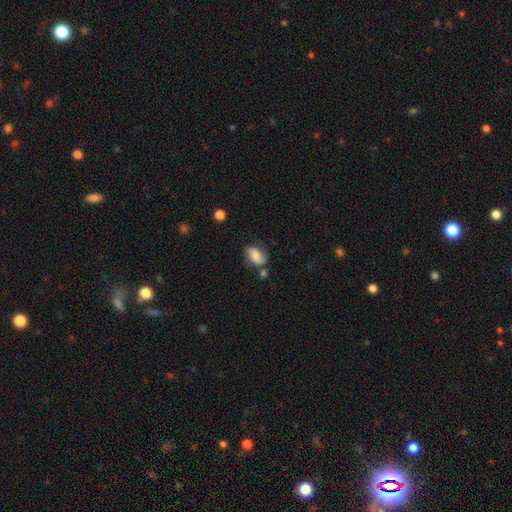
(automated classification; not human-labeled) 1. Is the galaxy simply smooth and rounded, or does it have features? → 58% smooth, 33% featured or disk, 9% star or artifact.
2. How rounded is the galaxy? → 85% in between, 13% round, 2% cigar-shaped.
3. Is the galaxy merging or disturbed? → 52% none, 26% minor disturbance, 11% major disturbance, 11% merger.